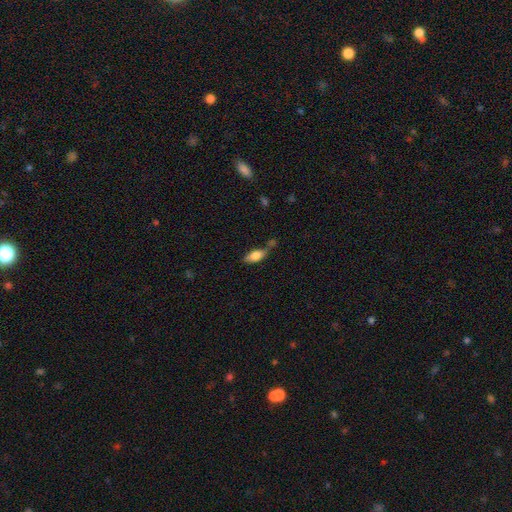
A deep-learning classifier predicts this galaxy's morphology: A smooth galaxy with no disk features (75%) that is in between round and cigar-shaped (82%).

Vote fractions:
- Smooth or featured? smooth: 75% / featured or disk: 18% / star or artifact: 7%
- How rounded? in between: 82% / cigar-shaped: 14% / round: 4%
- Merging? none: 50% / minor disturbance: 23% / merger: 19% / major disturbance: 8%